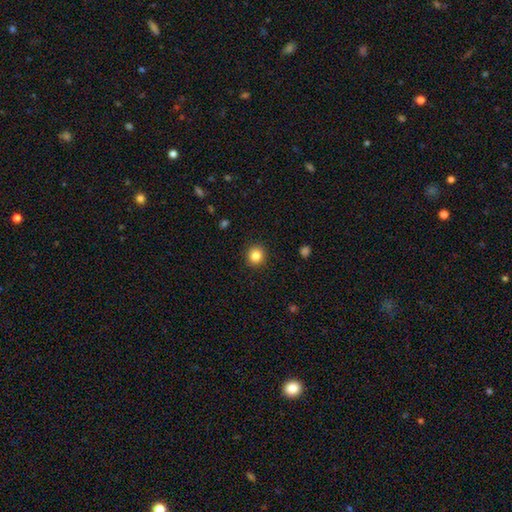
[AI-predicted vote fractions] A smooth galaxy with no disk features (85%) that is round (90%). Merging: none (91%).